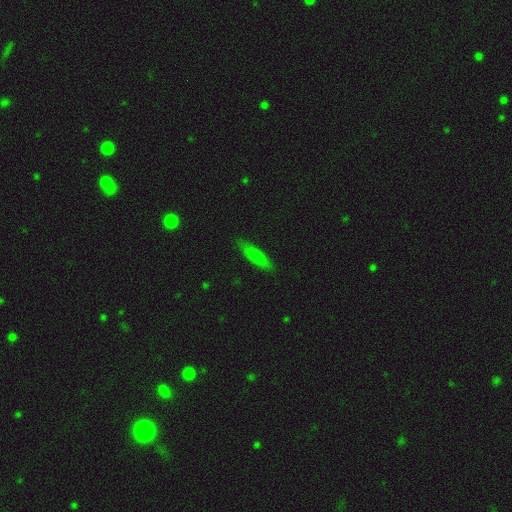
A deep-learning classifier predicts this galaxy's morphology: smooth-or-featured: smooth: 79% | featured or disk: 14% | star or artifact: 8%
  how-rounded: cigar-shaped: 64% | in between: 34% | round: 2%
  merging: none: 85% | minor disturbance: 11% | major disturbance: 2% | merger: 1%